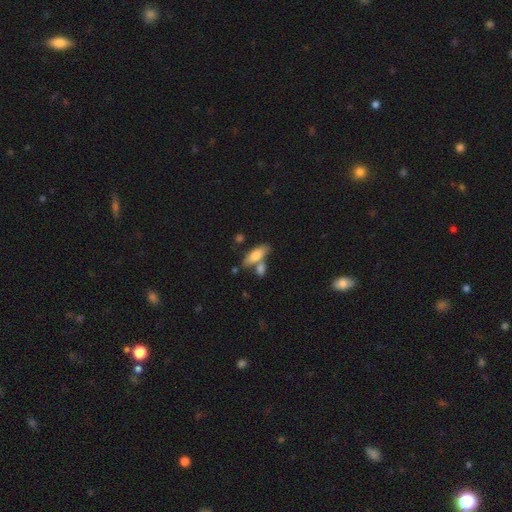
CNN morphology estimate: Smooth or featured? Predicted: smooth (p=0.75). How rounded? Predicted: in between (p=0.68). Merging? Predicted: none (p=0.56).